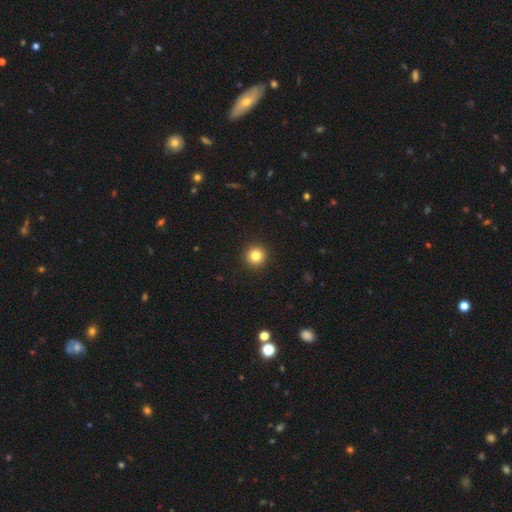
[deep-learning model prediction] Overall: smooth (82%). How rounded: round (95%). Merging: none (93%).